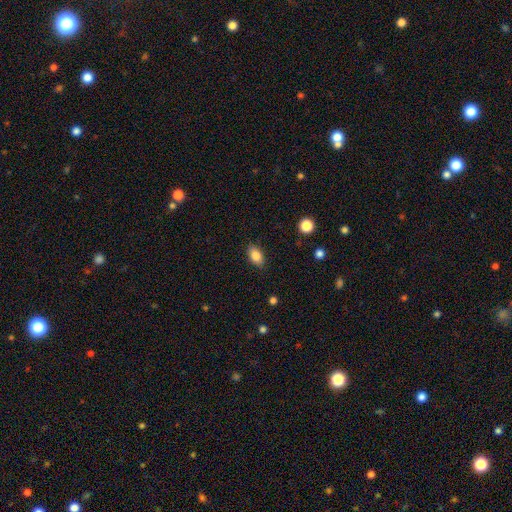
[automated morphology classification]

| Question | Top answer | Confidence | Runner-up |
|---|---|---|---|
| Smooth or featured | smooth | 84% | star or artifact (8%) |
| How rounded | in between | 88% | round (9%) |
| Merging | none | 86% | minor disturbance (10%) |